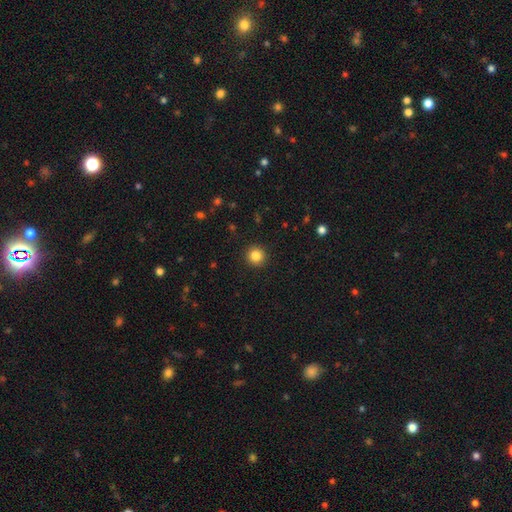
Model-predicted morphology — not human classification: This appears to be a smooth galaxy with no disk features (84%) that is round (95%). Merging: none (93%).